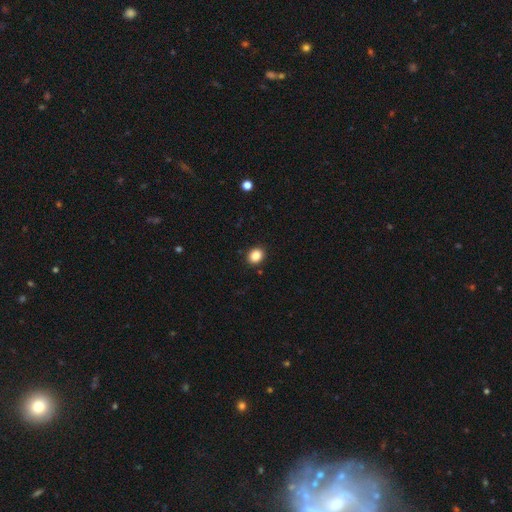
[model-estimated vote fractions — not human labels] Smooth or featured? Predicted: smooth (p=0.87). How rounded? Predicted: round (p=0.58). Merging? Predicted: none (p=0.90).